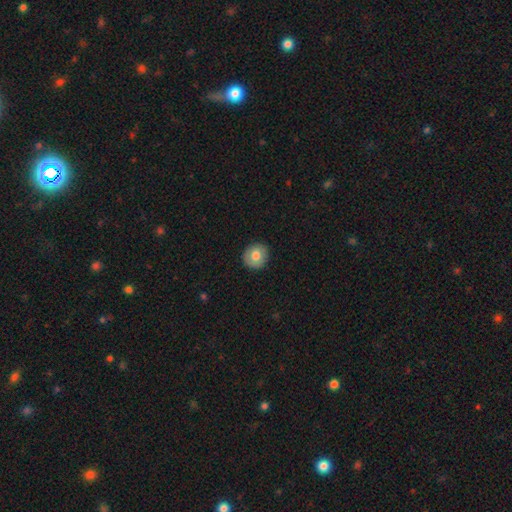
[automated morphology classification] A smooth galaxy with no disk features (76%) that is round (88%). Merging: none (89%).